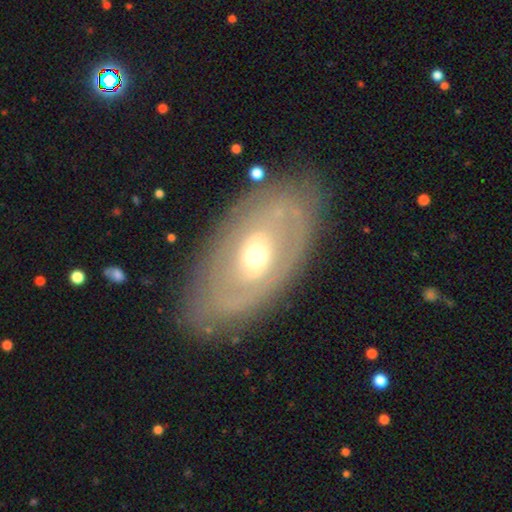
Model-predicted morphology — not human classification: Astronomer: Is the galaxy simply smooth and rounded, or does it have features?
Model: featured or disk — 67%.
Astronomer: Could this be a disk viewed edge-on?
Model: no — 89%.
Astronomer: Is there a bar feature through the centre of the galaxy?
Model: no — 78%.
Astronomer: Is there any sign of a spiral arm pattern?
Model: no — 64%.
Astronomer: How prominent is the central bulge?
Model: moderate — 66%.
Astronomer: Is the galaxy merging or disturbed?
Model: none — 81%.